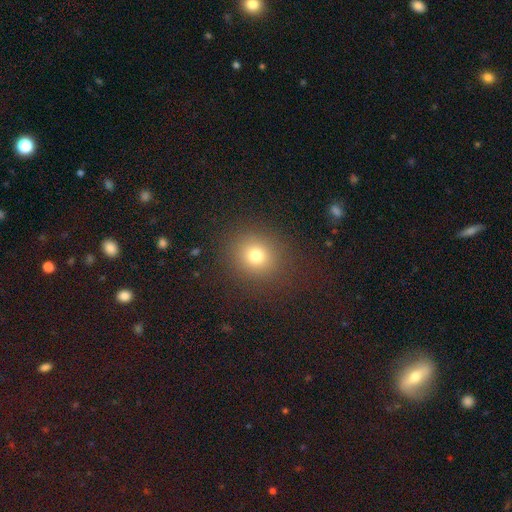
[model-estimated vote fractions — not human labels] The model was most divided on "smooth or featured": smooth: 75%, star or artifact: 16%, featured or disk: 9%. More confident: merging — none (87%); how rounded — round (85%).